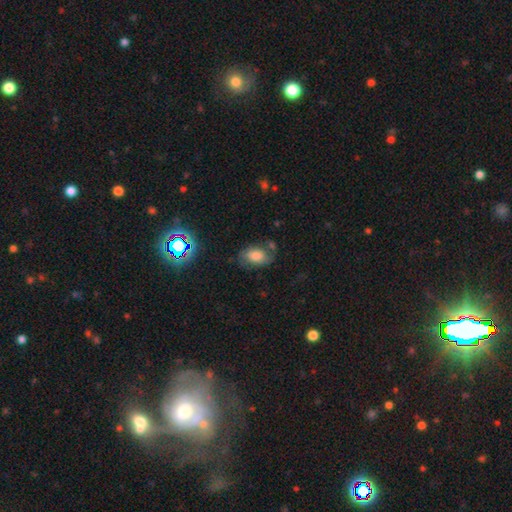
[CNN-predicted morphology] Q: Smooth or featured?
A: smooth (58%); runner-up: featured or disk (30%)
Q: How rounded?
A: in between (87%); runner-up: round (12%)
Q: Merging?
A: none (54%); runner-up: minor disturbance (25%)